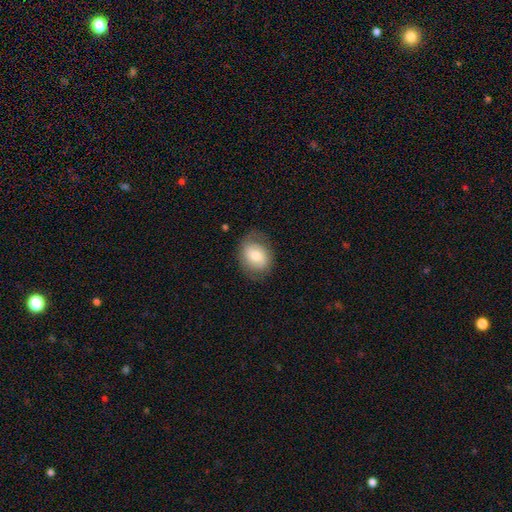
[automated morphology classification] Q: Smooth or featured?
A: smooth (64%); runner-up: featured or disk (29%)
Q: How rounded?
A: in between (50%); runner-up: round (49%)
Q: Merging?
A: none (73%); runner-up: minor disturbance (19%)